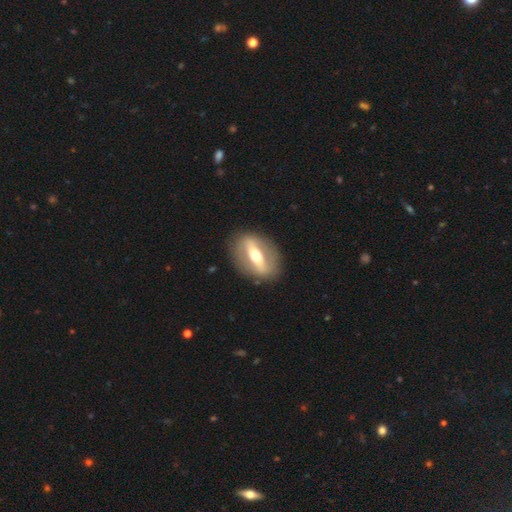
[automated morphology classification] A featured or disk galaxy (67%). Merging: none (85%).